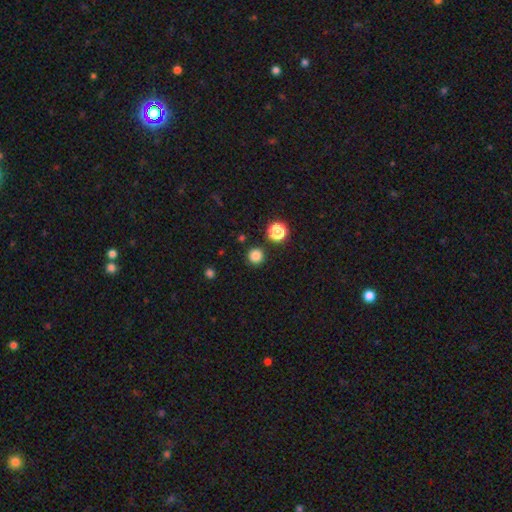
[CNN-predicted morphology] type=smooth (83%); roundness=round (96%); merging=none (91%).